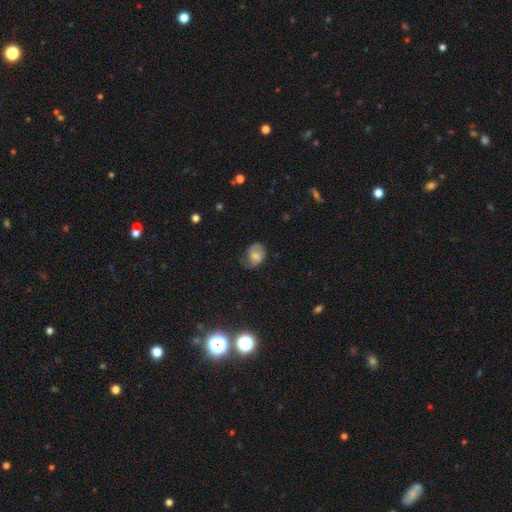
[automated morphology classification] smooth-or-featured: smooth: 56% | featured or disk: 35% | star or artifact: 9%
  how-rounded: in between: 60% | round: 39% | cigar-shaped: 1%
  merging: none: 46% | minor disturbance: 34% | major disturbance: 18% | merger: 2%